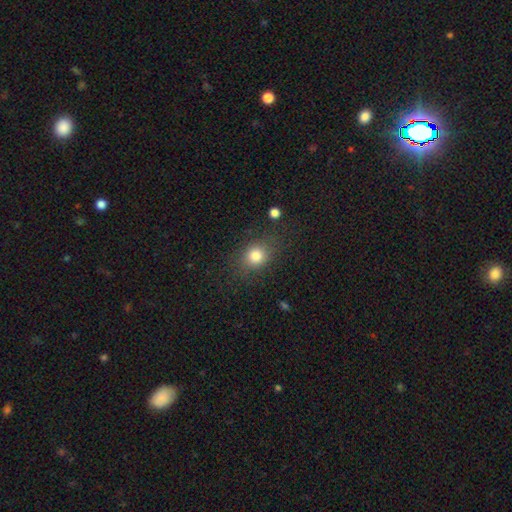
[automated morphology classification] Smooth or featured? Predicted: smooth (p=0.81). How rounded? Predicted: round (p=0.63). Merging? Predicted: none (p=0.78).